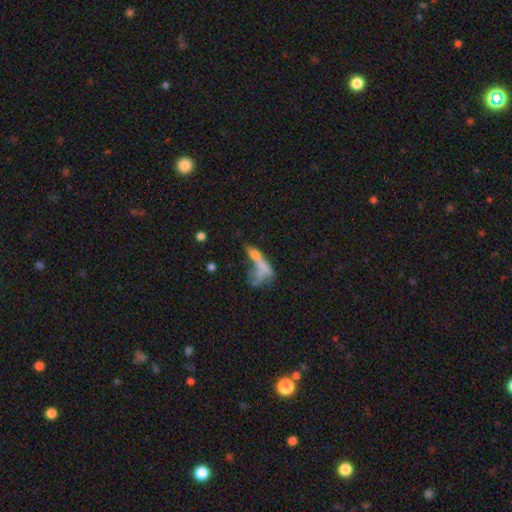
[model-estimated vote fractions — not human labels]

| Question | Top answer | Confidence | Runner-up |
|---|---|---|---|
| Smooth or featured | smooth | 52% | featured or disk (35%) |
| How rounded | cigar-shaped | 51% | in between (41%) |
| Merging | merger | 44% | none (24%) |